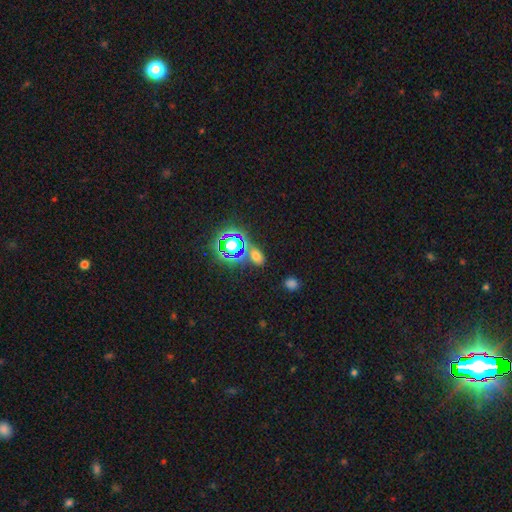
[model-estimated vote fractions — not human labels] This appears to be a smooth galaxy with no disk features (51%) that is in between round and cigar-shaped (76%). Merging: none (72%).